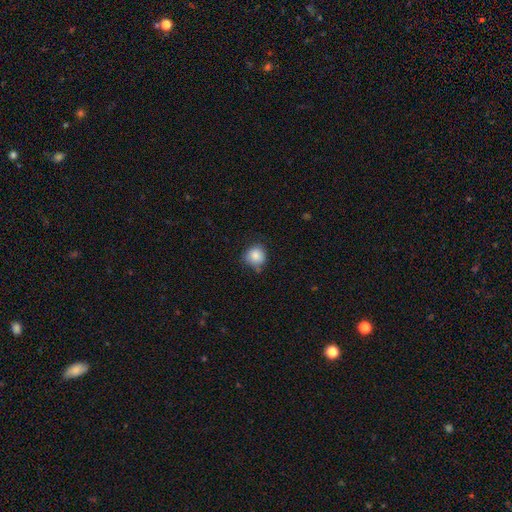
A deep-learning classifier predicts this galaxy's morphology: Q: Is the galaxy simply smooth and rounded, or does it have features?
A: smooth — 84%.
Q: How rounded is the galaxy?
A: round — 86%.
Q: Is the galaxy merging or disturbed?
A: none — 65%.